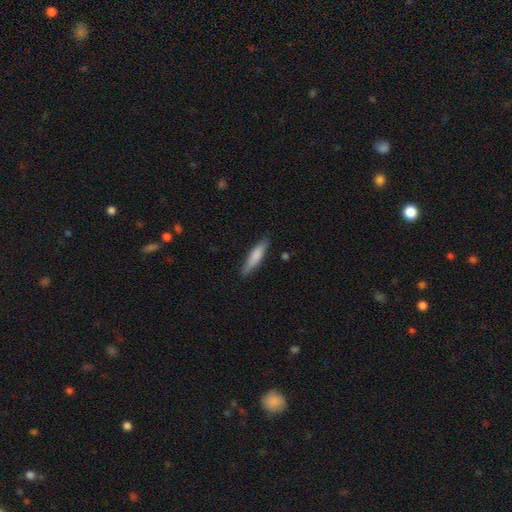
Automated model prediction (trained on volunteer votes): smooth_or_featured: smooth (p=0.77) [alt: featured or disk p=0.18]
how_rounded: cigar-shaped (p=0.81) [alt: in between p=0.18]
merging: none (p=0.84) [alt: minor disturbance p=0.12]